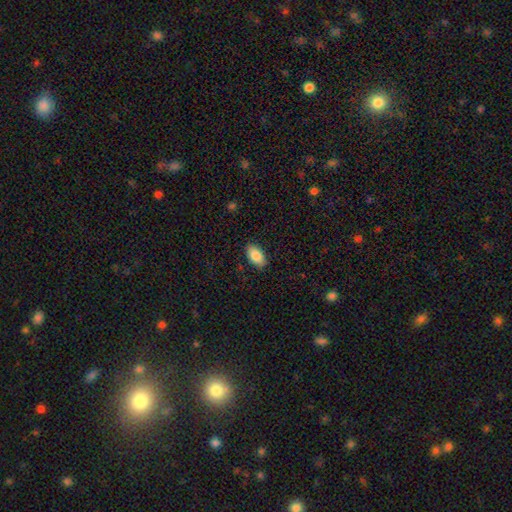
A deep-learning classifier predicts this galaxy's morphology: Q: Smooth or featured?
A: smooth (86%); runner-up: featured or disk (7%)
Q: How rounded?
A: in between (94%); runner-up: round (3%)
Q: Merging?
A: none (88%); runner-up: minor disturbance (9%)